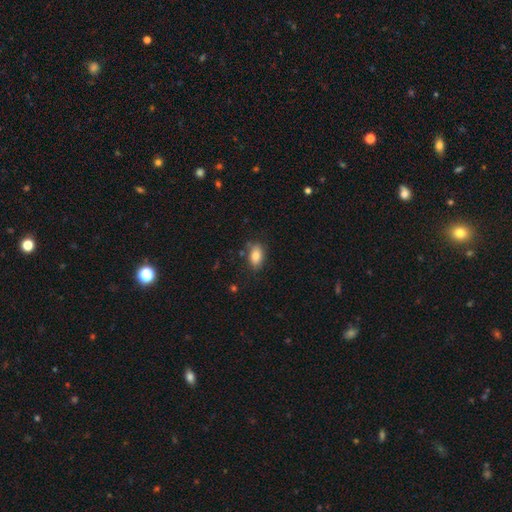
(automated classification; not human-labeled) smooth_or_featured: smooth (p=0.82) [alt: featured or disk p=0.09]
how_rounded: in between (p=0.89) [alt: round p=0.08]
merging: none (p=0.78) [alt: minor disturbance p=0.15]